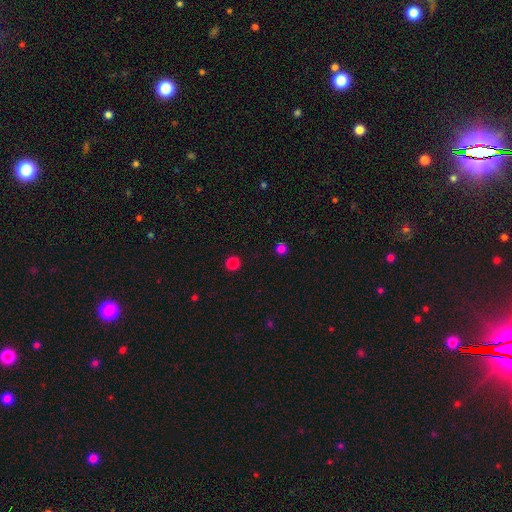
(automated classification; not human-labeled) A smooth galaxy with no disk features (78%) that is round (95%).

Vote fractions:
- Smooth or featured? smooth: 78% / star or artifact: 18% / featured or disk: 4%
- How rounded? round: 95% / in between: 4% / cigar-shaped: 1%
- Merging? none: 91% / minor disturbance: 5% / major disturbance: 2% / merger: 2%